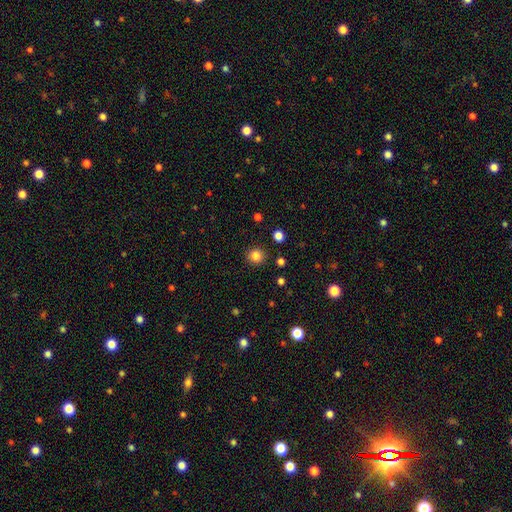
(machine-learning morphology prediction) smooth 84%, star or artifact 12%, featured or disk 4%. Down the decision tree: how rounded — round (91%); merging — none (90%).